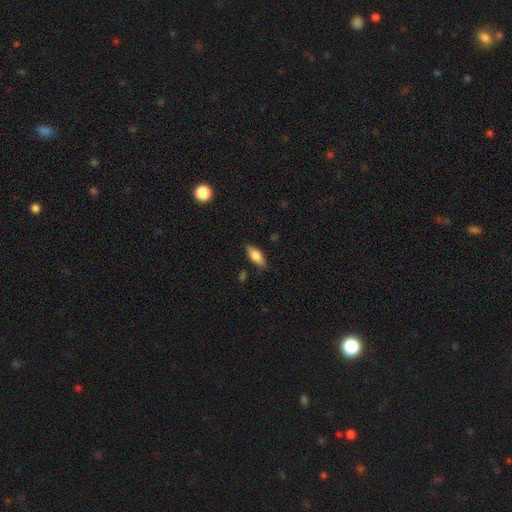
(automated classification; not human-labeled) Smooth or featured? smooth (71%)
How rounded? in between (77%)
Merging? none (81%)